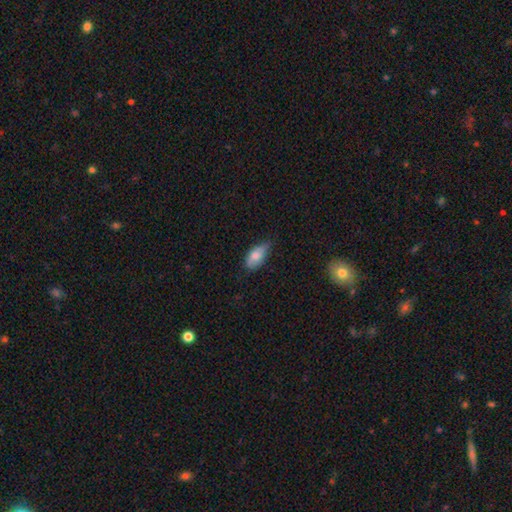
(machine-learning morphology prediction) smooth 75%, featured or disk 18%, star or artifact 7%. Down the decision tree: how rounded — in between (90%); merging — none (49%).